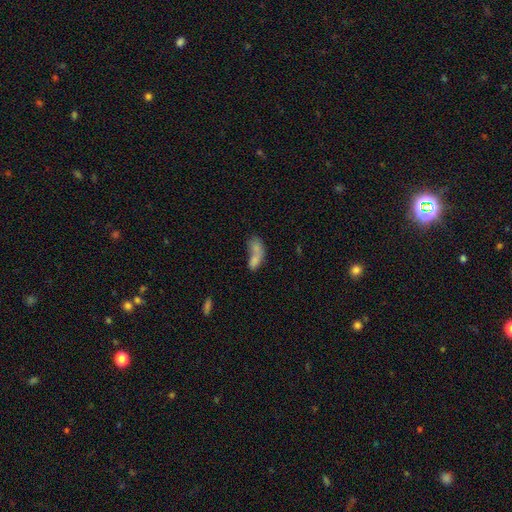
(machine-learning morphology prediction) This appears to be a smooth galaxy with no disk features (71%) that is in between round and cigar-shaped (77%). Merging: merger (65%).